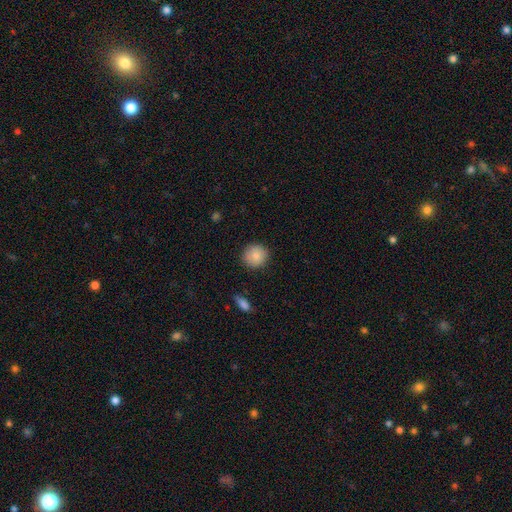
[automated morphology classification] Overall: smooth (84%). How rounded: round (90%). Merging: none (88%).